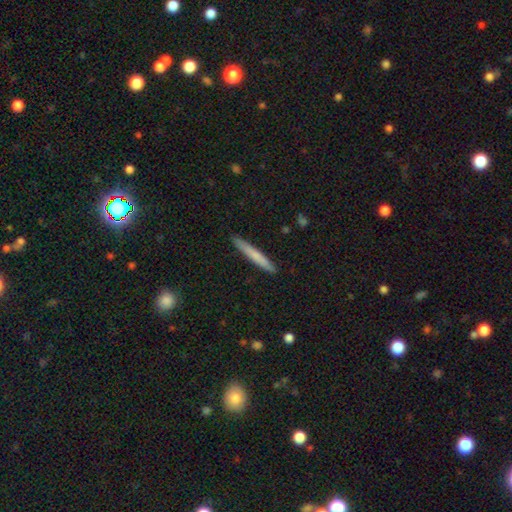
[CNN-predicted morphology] Q: Smooth or featured?
A: smooth (67%); runner-up: featured or disk (27%)
Q: How rounded?
A: cigar-shaped (96%); runner-up: in between (3%)
Q: Merging?
A: none (91%); runner-up: minor disturbance (7%)